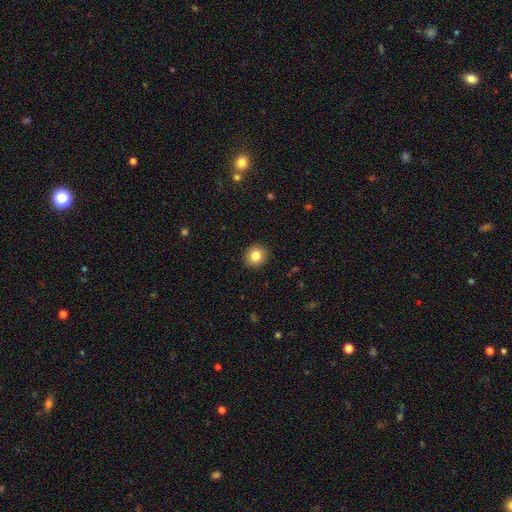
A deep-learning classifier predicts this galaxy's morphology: Smooth or featured? smooth (82%)
How rounded? round (86%)
Merging? none (91%)